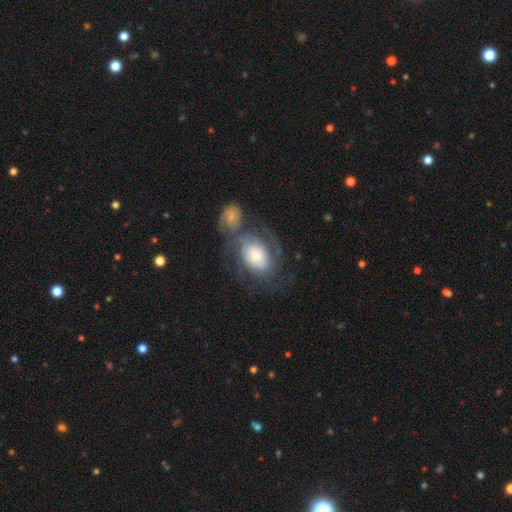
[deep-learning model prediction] This appears to be a featured or disk galaxy (53%) with no bar (77%), spiral arms (76%) and a small central bulge (31%). Merging: none (32%).